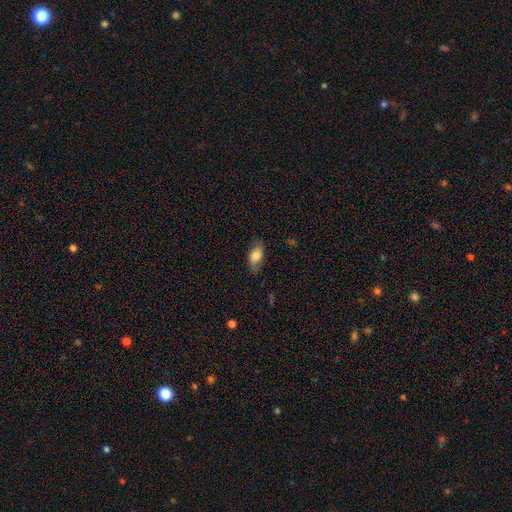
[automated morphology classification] smooth_or_featured: smooth (p=0.78) [alt: featured or disk p=0.15]
how_rounded: in between (p=0.90) [alt: round p=0.05]
merging: none (p=0.77) [alt: minor disturbance p=0.18]